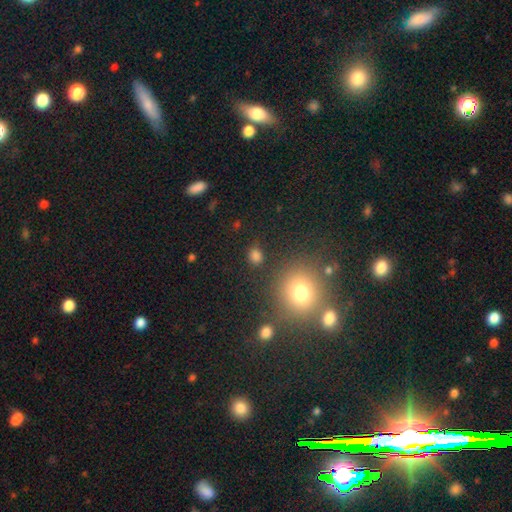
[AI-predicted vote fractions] Smooth or featured?
  - smooth: 78% *
  - star or artifact: 18%
  - featured or disk: 5%
How rounded?
  - round: 73% *
  - in between: 26%
  - cigar-shaped: 1%
Merging?
  - none: 82% *
  - minor disturbance: 10%
  - merger: 4%
  - major disturbance: 4%